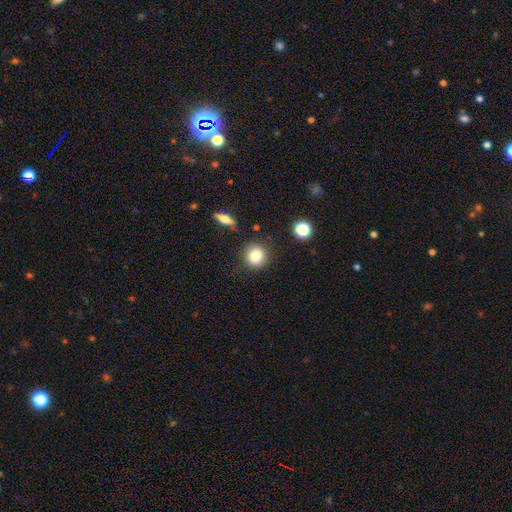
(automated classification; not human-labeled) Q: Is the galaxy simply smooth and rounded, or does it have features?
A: smooth — 84%.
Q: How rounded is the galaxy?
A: round — 88%.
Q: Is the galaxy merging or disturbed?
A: none — 84%.